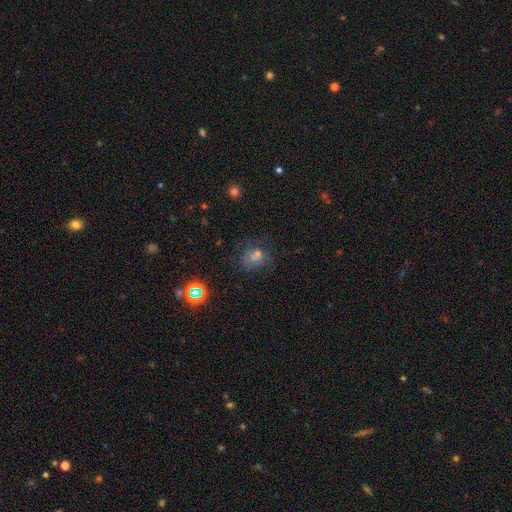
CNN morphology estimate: Smooth or featured?
  - smooth: 42% *
  - star or artifact: 38%
  - featured or disk: 20%
Merging?
  - none: 62% *
  - minor disturbance: 18%
  - major disturbance: 11%
  - merger: 8%